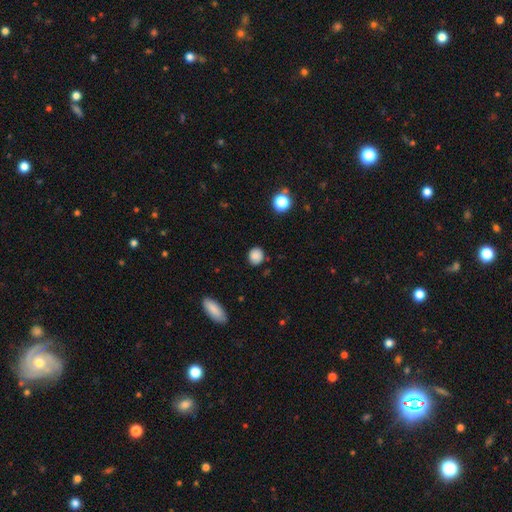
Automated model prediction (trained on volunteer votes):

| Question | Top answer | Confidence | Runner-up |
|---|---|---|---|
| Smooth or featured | smooth | 85% | star or artifact (10%) |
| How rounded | round | 72% | in between (26%) |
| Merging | none | 85% | minor disturbance (11%) |